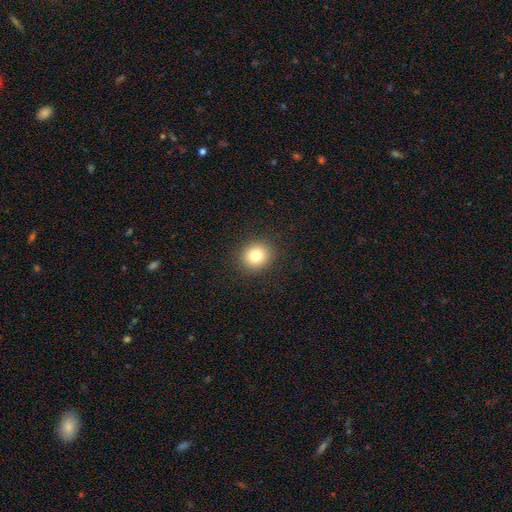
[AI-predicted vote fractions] A smooth galaxy with no disk features (80%) that is round (77%). Merging: none (90%).